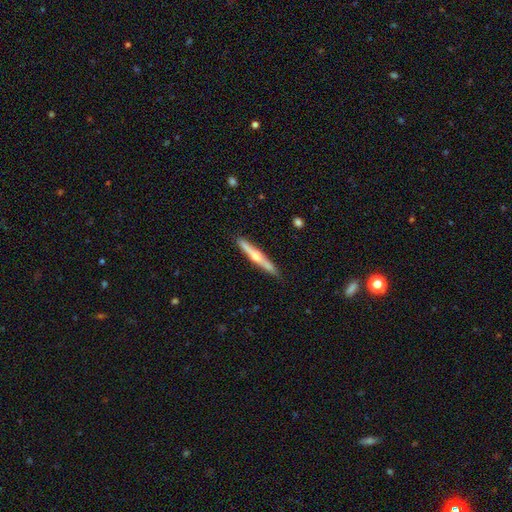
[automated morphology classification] Overall: featured or disk (62%; smooth 33%). Edge-on disk: yes (97%). Edge-on bulge: rounded (83%). Merging: none (88%).